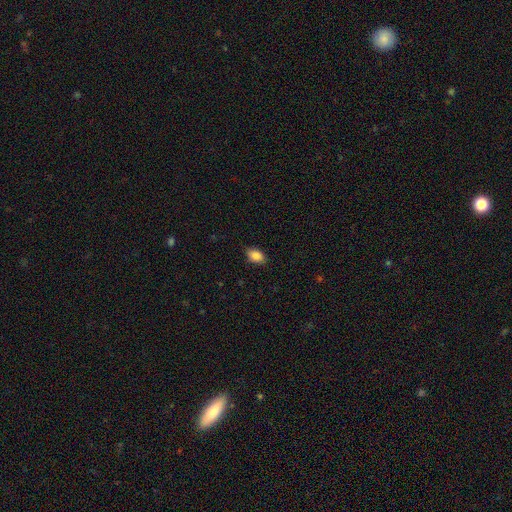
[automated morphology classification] This appears to be a smooth galaxy with no disk features (87%) that is in between round and cigar-shaped (88%). Merging: none (85%).